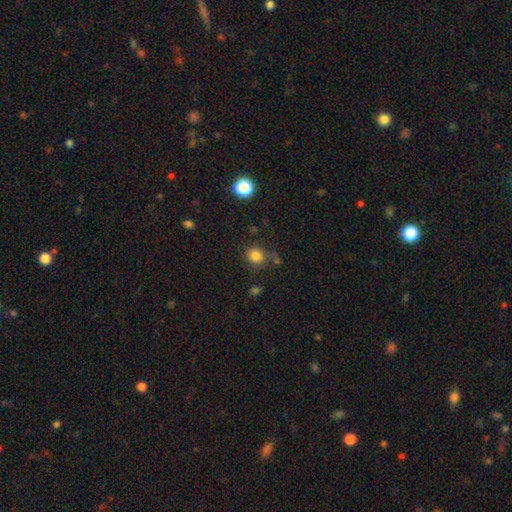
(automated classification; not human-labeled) Overall: smooth (82%). How rounded: round (84%). Merging: none (71%).